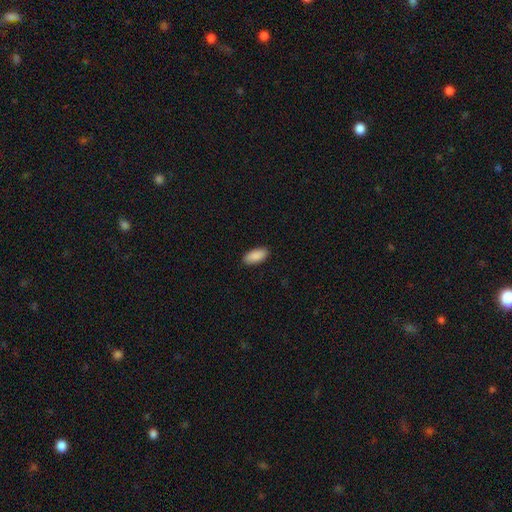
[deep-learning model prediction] Overall: smooth (90%). How rounded: in between (90%). Merging: none (90%).